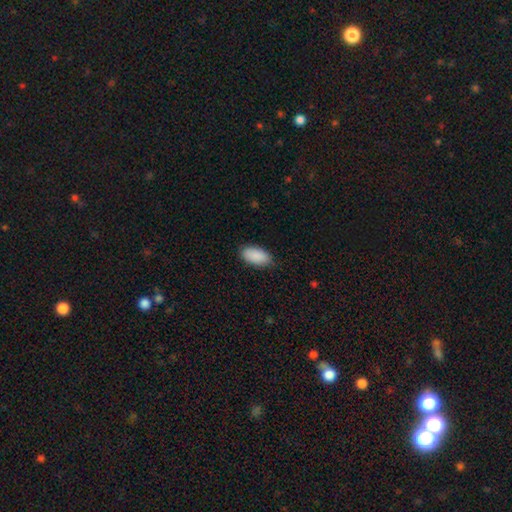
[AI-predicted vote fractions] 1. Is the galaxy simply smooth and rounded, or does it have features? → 91% smooth, 6% star or artifact, 3% featured or disk.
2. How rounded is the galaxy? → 94% in between, 4% cigar-shaped, 2% round.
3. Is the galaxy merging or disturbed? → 85% none, 12% minor disturbance, 2% major disturbance, 1% merger.